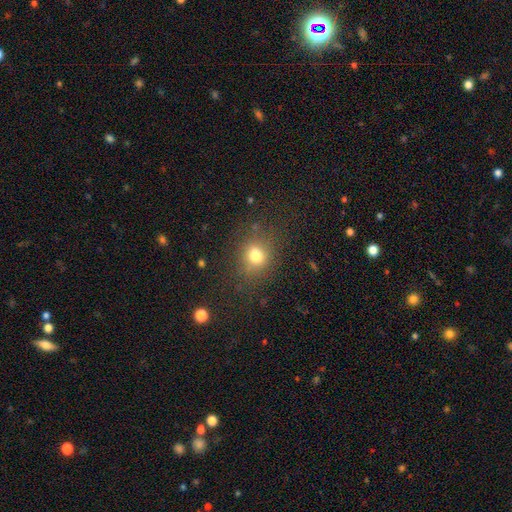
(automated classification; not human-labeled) Smooth or featured: smooth — 76% (star or artifact — 15%)
How rounded: round — 67% (in between — 32%)
Merging: none — 78% (minor disturbance — 14%)